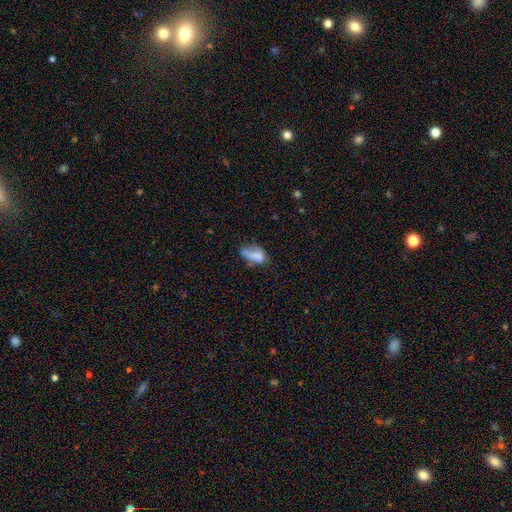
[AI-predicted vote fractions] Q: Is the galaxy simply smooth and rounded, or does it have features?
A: smooth — 70%.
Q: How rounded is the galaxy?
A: in between — 89%.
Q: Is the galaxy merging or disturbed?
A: minor disturbance — 31%.